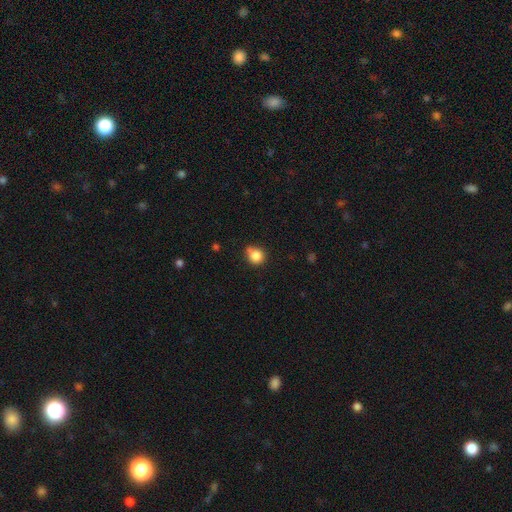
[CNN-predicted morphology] The model was most divided on "merging": none: 61%, minor disturbance: 25%, merger: 9%, major disturbance: 6%. More confident: smooth or featured — smooth (84%); how rounded — round (83%).